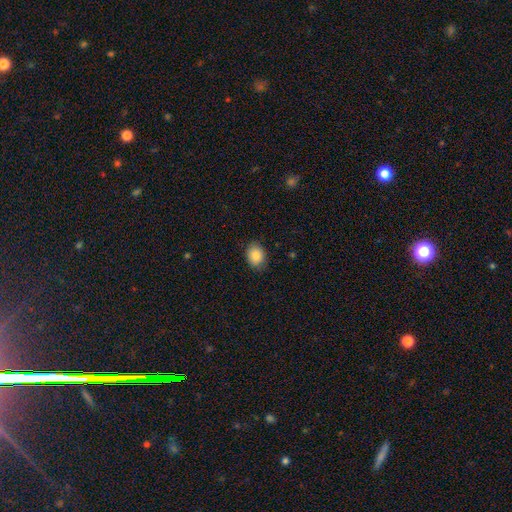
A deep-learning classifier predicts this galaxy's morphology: type=smooth (86%); roundness=in between (50%); merging=none (86%).